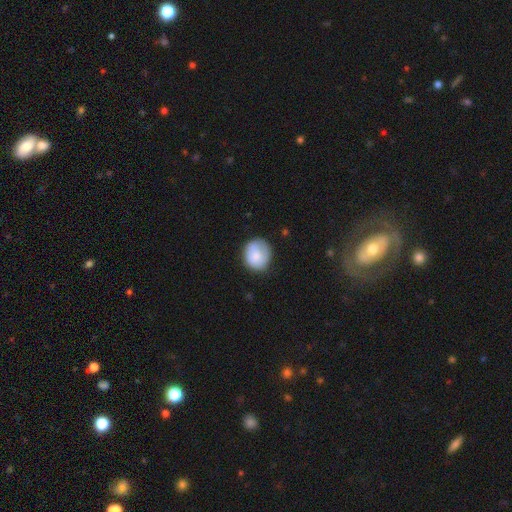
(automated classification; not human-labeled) smooth-or-featured: smooth: 75% | featured or disk: 18% | star or artifact: 7%
  how-rounded: round: 74% | in between: 25% | cigar-shaped: 1%
  merging: none: 72% | minor disturbance: 21% | major disturbance: 5% | merger: 1%